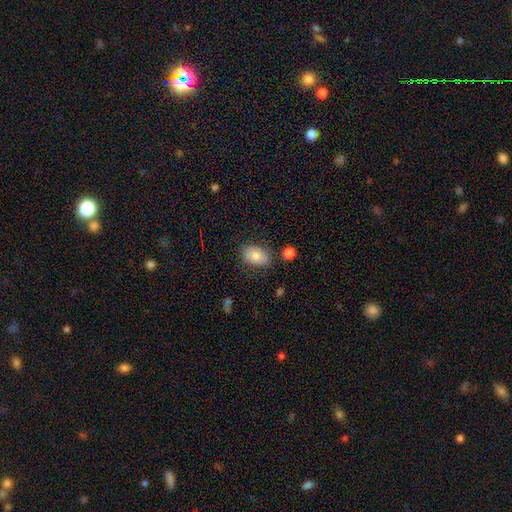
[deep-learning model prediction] smooth_or_featured: smooth (p=0.81) [alt: featured or disk p=0.12]
how_rounded: in between (p=0.86) [alt: round p=0.13]
merging: none (p=0.79) [alt: minor disturbance p=0.14]